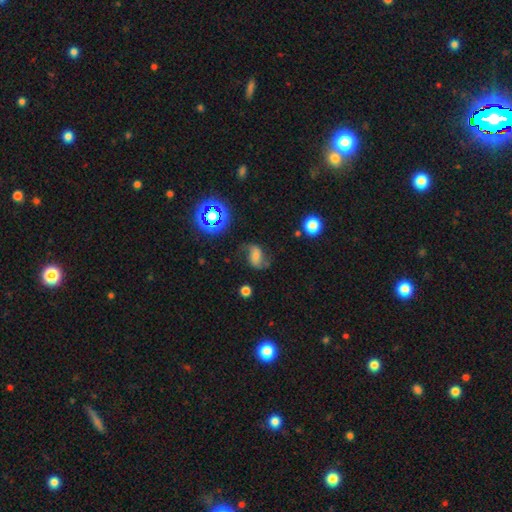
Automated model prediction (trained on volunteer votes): smooth_or_featured: featured or disk (p=0.61) [alt: smooth p=0.23]
disk_edge_on: no (p=0.96) [alt: yes p=0.04]
bar: no (p=0.42) [alt: weak p=0.37]
has_spiral_arms: yes (p=0.92) [alt: no p=0.08]
spiral_winding: loose (p=0.66) [alt: medium p=0.27]
spiral_arm_count: 2 (p=0.88) [alt: 1 p=0.05]
bulge_size: moderate (p=0.37) [tied with: small p=0.37]
merging: none (p=0.61) [alt: minor disturbance p=0.21]